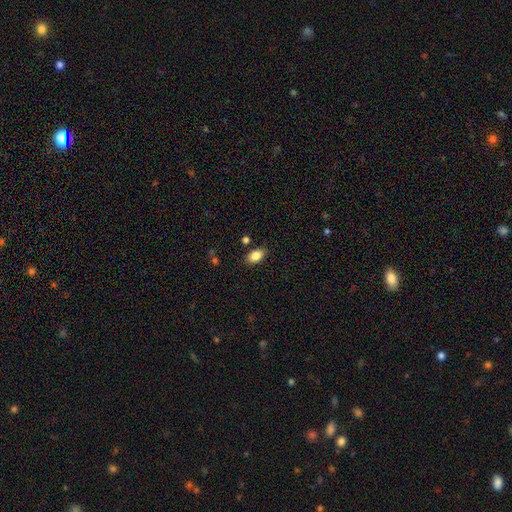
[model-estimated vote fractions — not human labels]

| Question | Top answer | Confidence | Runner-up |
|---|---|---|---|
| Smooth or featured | smooth | 85% | star or artifact (8%) |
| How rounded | in between | 90% | round (7%) |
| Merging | none | 84% | minor disturbance (10%) |